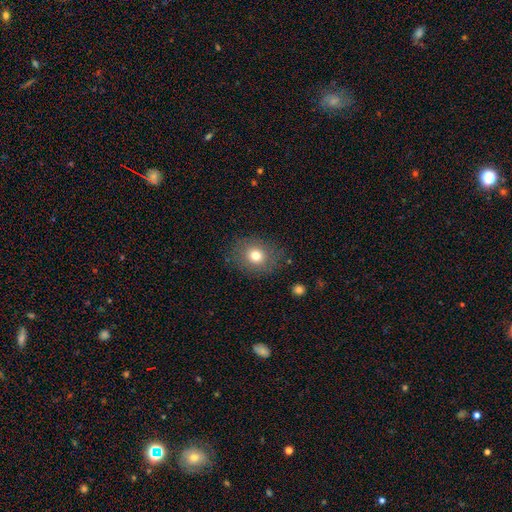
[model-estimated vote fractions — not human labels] Smooth or featured?
  - smooth: 76% *
  - featured or disk: 13%
  - star or artifact: 11%
How rounded?
  - round: 61% *
  - in between: 38%
  - cigar-shaped: 1%
Merging?
  - none: 82% *
  - minor disturbance: 12%
  - major disturbance: 5%
  - merger: 2%